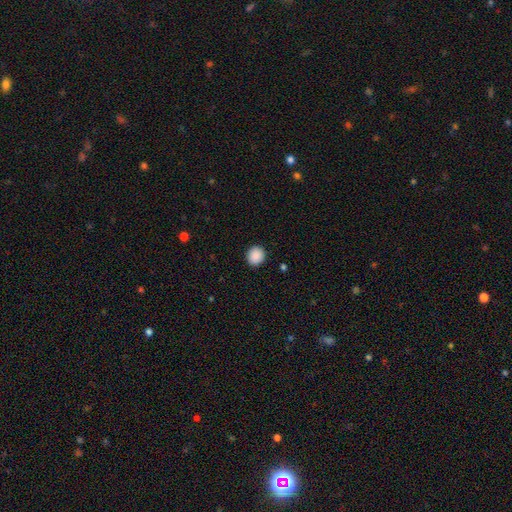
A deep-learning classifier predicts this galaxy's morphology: The model was most divided on "how rounded": round: 86%, in between: 13%, cigar-shaped: 1%. More confident: merging — none (91%); smooth or featured — smooth (89%).